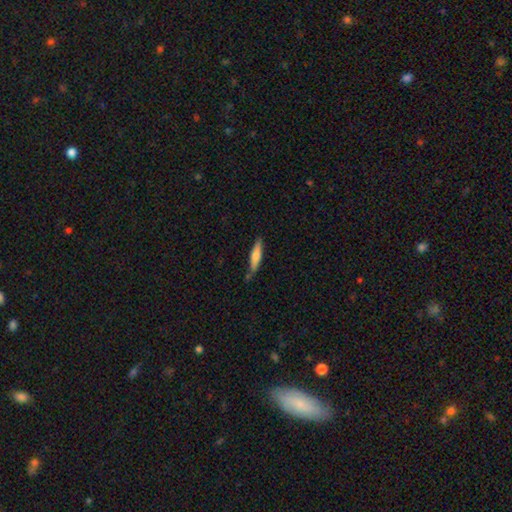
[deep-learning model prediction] smooth 62%, featured or disk 33%, star or artifact 6%. Down the decision tree: how rounded — cigar-shaped (81%); merging — none (77%).